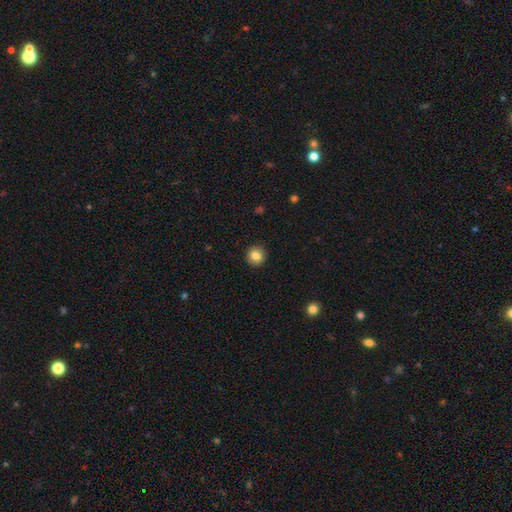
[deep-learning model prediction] Q: Smooth or featured?
A: smooth (84%); runner-up: star or artifact (9%)
Q: How rounded?
A: round (92%); runner-up: in between (7%)
Q: Merging?
A: none (92%); runner-up: minor disturbance (5%)